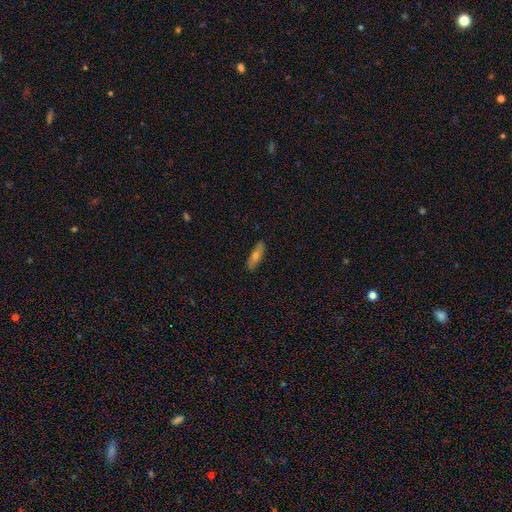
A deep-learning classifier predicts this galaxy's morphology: Smooth or featured: smooth — 59% (featured or disk — 34%)
How rounded: cigar-shaped — 59% (in between — 39%)
Merging: none — 87% (minor disturbance — 10%)